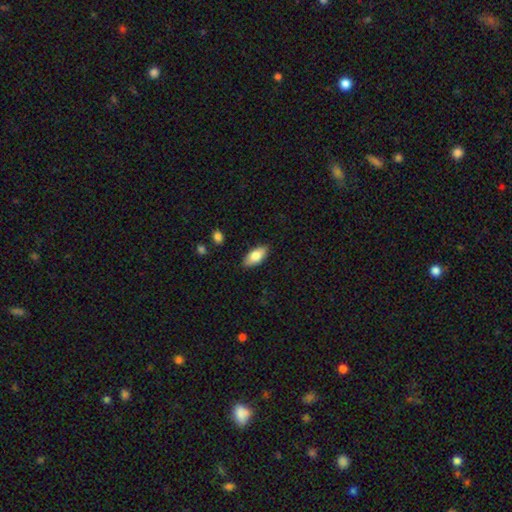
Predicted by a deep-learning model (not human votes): The model was most divided on "smooth or featured": smooth: 80%, featured or disk: 14%, star or artifact: 6%. More confident: how rounded — in between (90%); merging — none (86%).